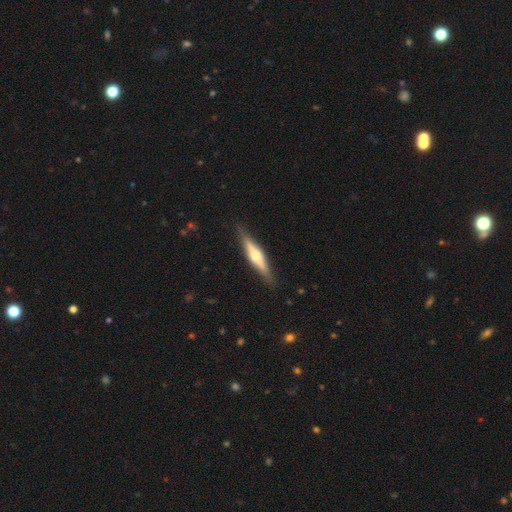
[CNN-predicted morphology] Q: Smooth or featured?
A: featured or disk (59%); runner-up: smooth (35%)
Q: Edge-on disk?
A: yes (96%); runner-up: no (4%)
Q: Edge-on bulge?
A: rounded (83%); runner-up: boxy (10%)
Q: Merging?
A: none (87%); runner-up: minor disturbance (10%)